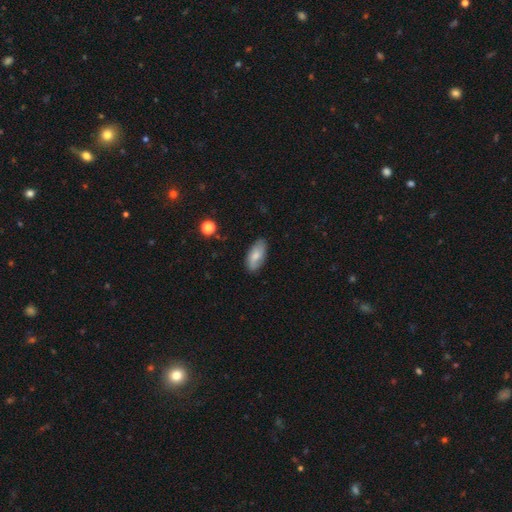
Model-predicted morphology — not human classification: smooth-or-featured: smooth: 70% | featured or disk: 23% | star or artifact: 7%
  how-rounded: in between: 91% | cigar-shaped: 7% | round: 3%
  merging: none: 81% | minor disturbance: 15% | major disturbance: 3% | merger: 1%